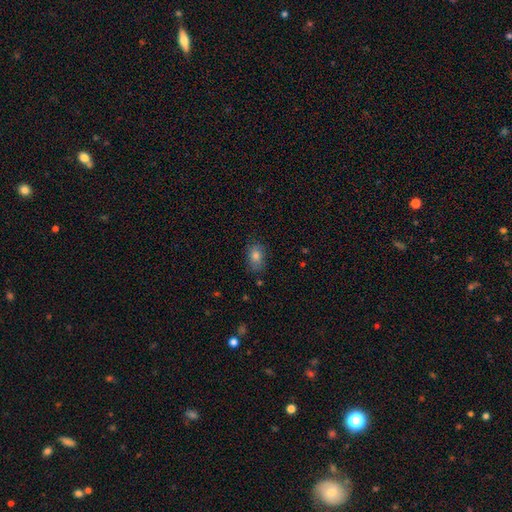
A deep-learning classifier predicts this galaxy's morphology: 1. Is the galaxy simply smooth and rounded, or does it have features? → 78% smooth, 12% star or artifact, 10% featured or disk.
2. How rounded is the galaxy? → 77% in between, 22% round, 2% cigar-shaped.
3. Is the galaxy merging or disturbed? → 79% none, 16% minor disturbance, 3% major disturbance, 2% merger.